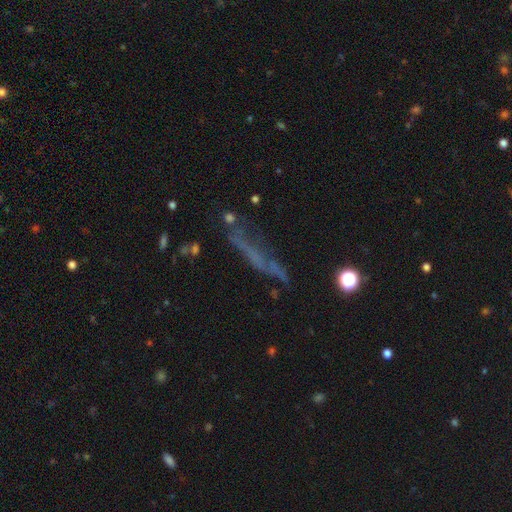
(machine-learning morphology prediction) A featured or disk galaxy (45%).

Vote fractions:
- Smooth or featured? featured or disk: 45% / smooth: 35% / star or artifact: 20%
- Merging? none: 57% / minor disturbance: 21% / major disturbance: 16% / merger: 6%